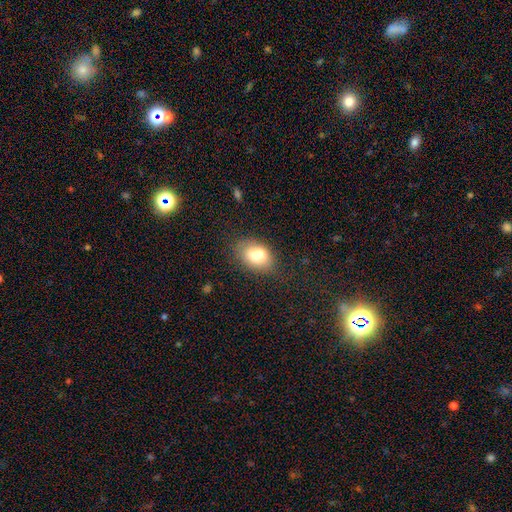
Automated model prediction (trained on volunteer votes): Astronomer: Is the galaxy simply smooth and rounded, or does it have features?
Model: smooth — 72%.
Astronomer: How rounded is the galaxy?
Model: in between — 81%.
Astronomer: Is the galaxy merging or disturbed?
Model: none — 53%.